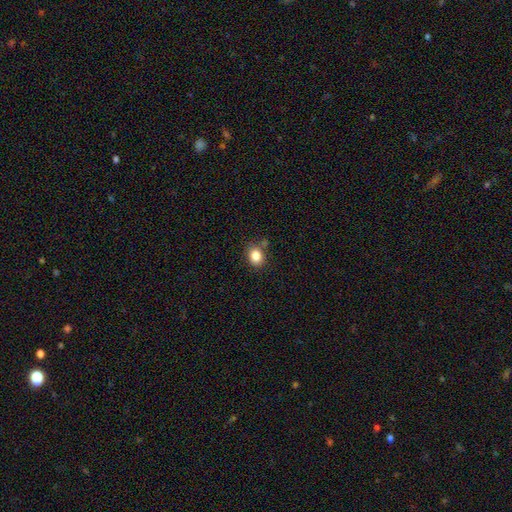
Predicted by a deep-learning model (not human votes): smooth-or-featured: smooth: 85% | star or artifact: 10% | featured or disk: 5%
  how-rounded: round: 52% | in between: 47% | cigar-shaped: 1%
  merging: none: 75% | minor disturbance: 13% | merger: 8% | major disturbance: 4%